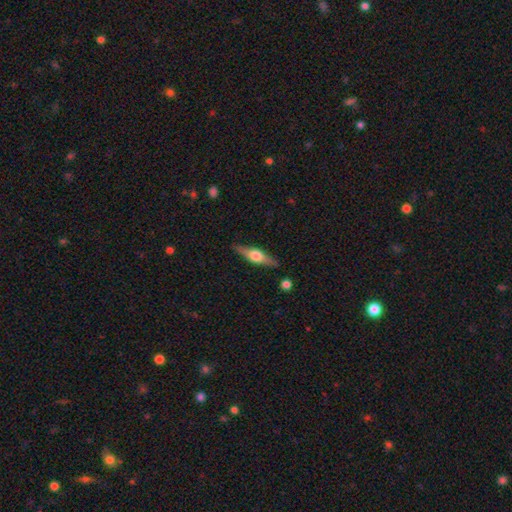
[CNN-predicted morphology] This appears to be a featured or disk galaxy (66%) viewed edge-on (96%) with a rounded central bulge (93%). Merging: none (87%).